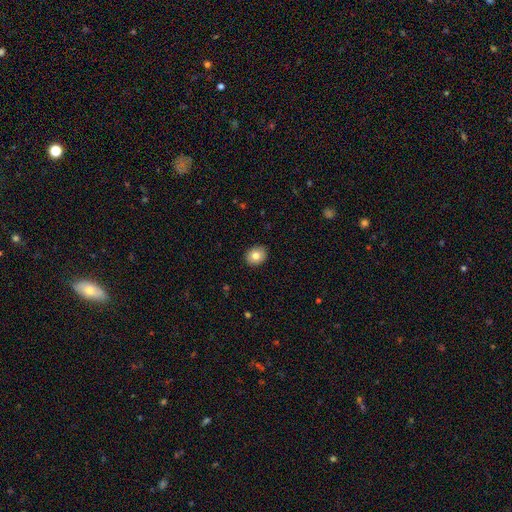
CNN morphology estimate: Overall: smooth (80%). How rounded: round (60%; in between 39%). Merging: none (90%).